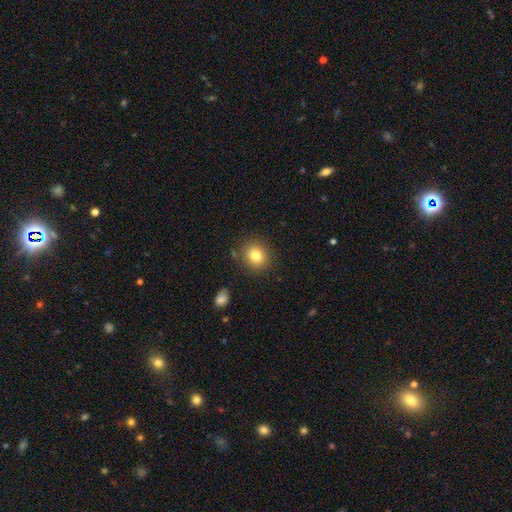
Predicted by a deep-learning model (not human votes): Smooth or featured: smooth — 81% (star or artifact — 11%)
How rounded: round — 81% (in between — 18%)
Merging: none — 85% (minor disturbance — 9%)